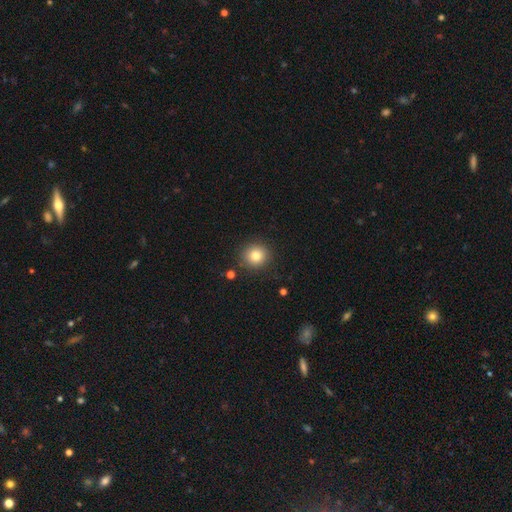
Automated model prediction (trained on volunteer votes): Smooth or featured? smooth (79%)
How rounded? round (91%)
Merging? none (88%)